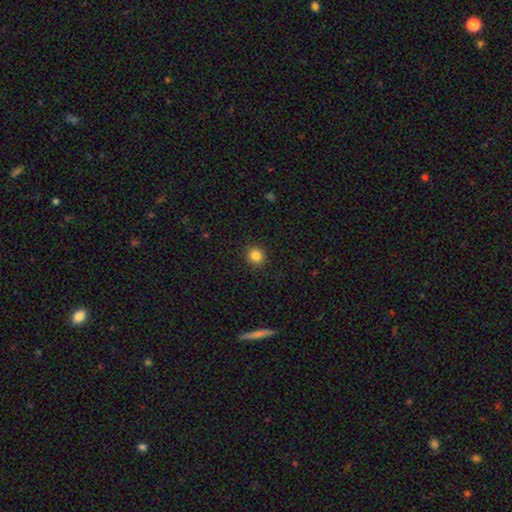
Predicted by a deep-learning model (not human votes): Smooth or featured? smooth (85%)
How rounded? round (90%)
Merging? none (92%)